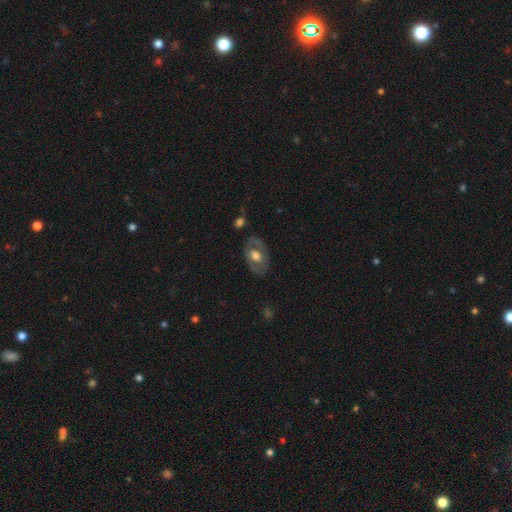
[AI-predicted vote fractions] The model was most divided on "smooth or featured": featured or disk: 51%, smooth: 43%, star or artifact: 6%. More confident: edge-on disk — no (91%); merging — none (76%).